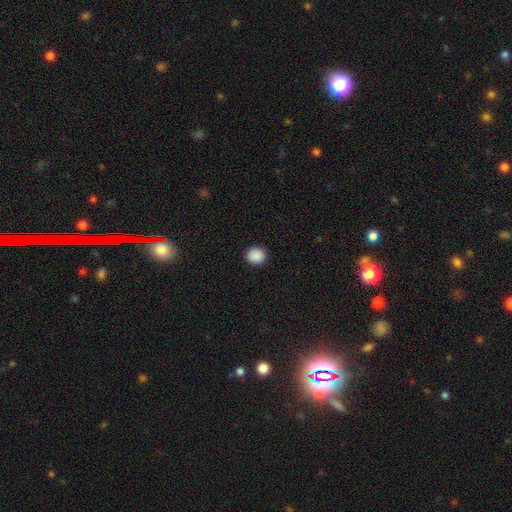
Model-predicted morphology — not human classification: Smooth or featured? smooth (89%)
How rounded? round (82%)
Merging? none (91%)